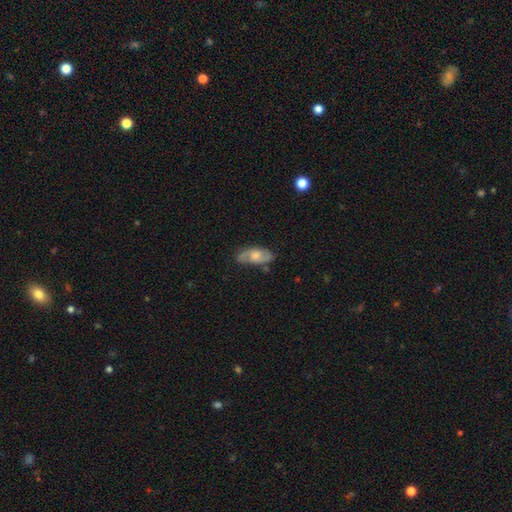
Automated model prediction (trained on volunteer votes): Smooth or featured: featured or disk — 60% (smooth — 33%)
Edge-on disk: no — 91% (yes — 9%)
Bar: no — 64% (weak — 31%)
Spiral arms: yes — 86% (no — 14%)
Bulge size: moderate — 47% (small — 24%)
Merging: none — 73% (minor disturbance — 19%)